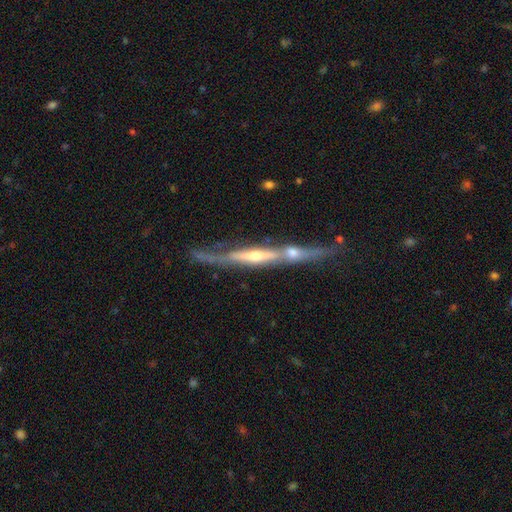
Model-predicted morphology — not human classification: Smooth or featured? Predicted: featured or disk (p=0.82). Edge-on disk? Predicted: yes (p=0.91). Edge-on bulge? Predicted: rounded (p=0.60). Merging? Predicted: none (p=0.54).